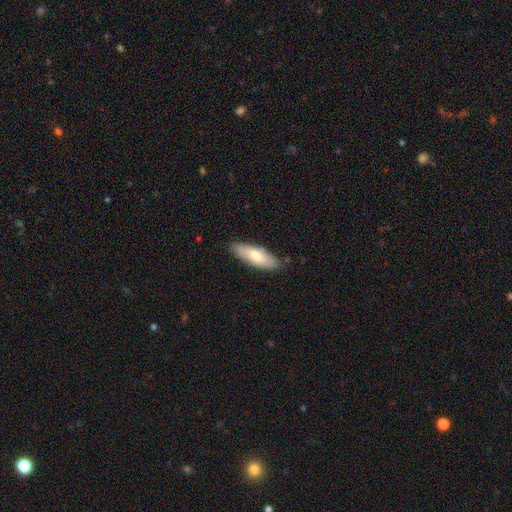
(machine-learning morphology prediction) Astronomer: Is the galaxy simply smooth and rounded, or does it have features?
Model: smooth — 73%.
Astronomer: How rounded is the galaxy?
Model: in between — 58% (runner-up: cigar-shaped, 40%).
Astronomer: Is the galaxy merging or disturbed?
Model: none — 83%.